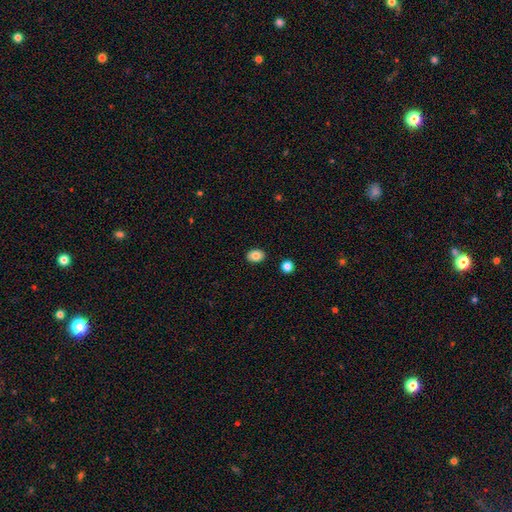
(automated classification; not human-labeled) This is clearly a smooth galaxy (84%). How rounded: likely in between (71%). Merging: clearly none (88%).